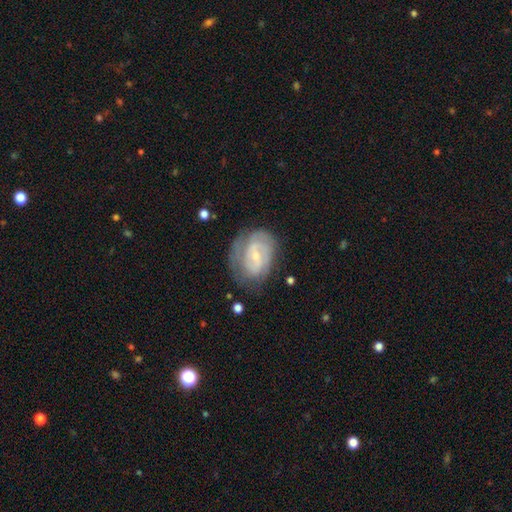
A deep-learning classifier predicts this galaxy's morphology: This is likely a featured or disk galaxy (76%). It is clearly not viewed edge-on (97%). Bar: possibly weak (50%). Spiral arm pattern: clearly yes (88%). Spiral arm count: possibly 2 (46%). Spiral winding: possibly tight (53%). Central bulge: likely small (70%). Merging: likely none (64%).